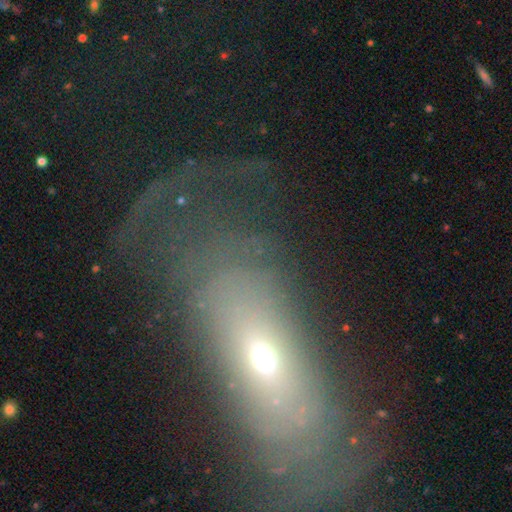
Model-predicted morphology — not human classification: smooth-or-featured: featured or disk: 49% | smooth: 34% | star or artifact: 17%
  merging: none: 45% | major disturbance: 34% | minor disturbance: 16% | merger: 4%